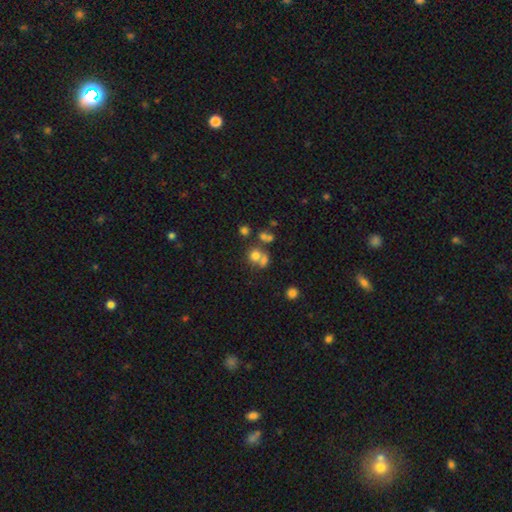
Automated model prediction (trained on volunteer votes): A smooth galaxy with no disk features (65%) that is round (82%). Merging: none (45%).